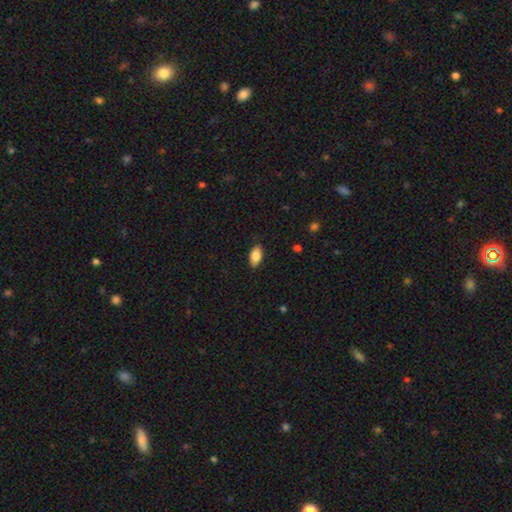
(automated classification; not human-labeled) smooth 85%, featured or disk 8%, star or artifact 7%. Down the decision tree: how rounded — in between (92%); merging — none (87%).